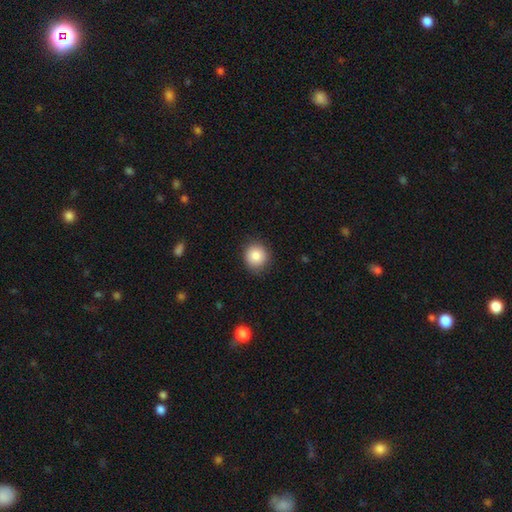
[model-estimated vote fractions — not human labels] Overall: smooth (85%). How rounded: round (90%). Merging: none (87%).